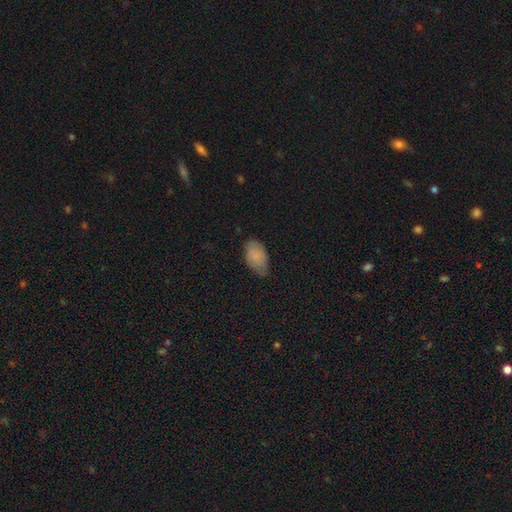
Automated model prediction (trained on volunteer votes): smooth-or-featured: smooth: 83% | featured or disk: 10% | star or artifact: 7%
  how-rounded: in between: 94% | round: 5% | cigar-shaped: 2%
  merging: none: 59% | minor disturbance: 35% | major disturbance: 5% | merger: 1%